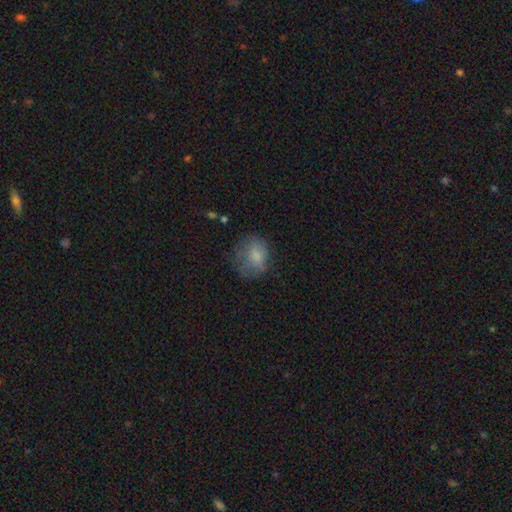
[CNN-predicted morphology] Smooth or featured? smooth (72%)
How rounded? in between (50%)
Merging? none (54%)